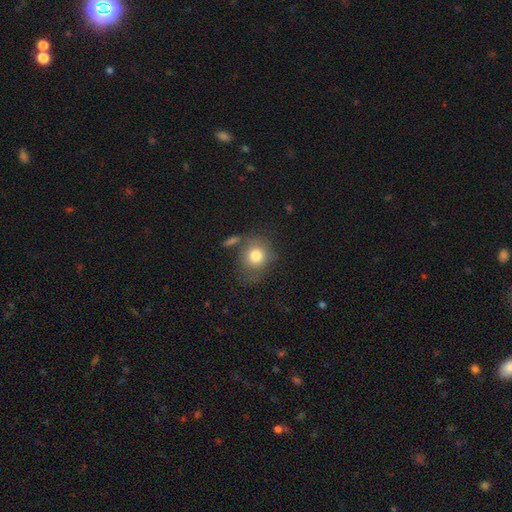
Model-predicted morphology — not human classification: smooth-or-featured: smooth: 79% | featured or disk: 11% | star or artifact: 10%
  how-rounded: round: 75% | in between: 24% | cigar-shaped: 1%
  merging: none: 60% | minor disturbance: 21% | major disturbance: 10% | merger: 8%